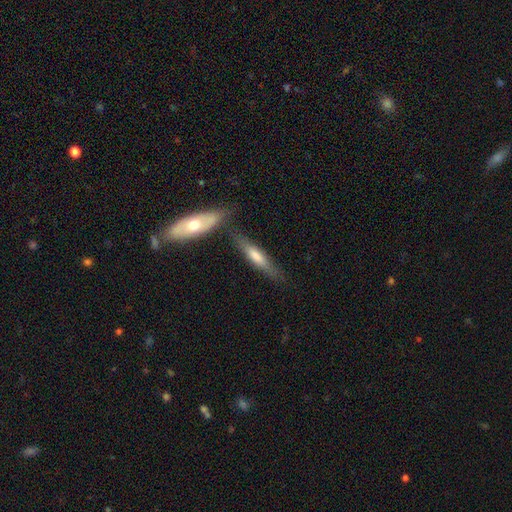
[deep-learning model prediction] Q: Smooth or featured?
A: smooth (50%); runner-up: featured or disk (44%)
Q: Merging?
A: none (66%); runner-up: minor disturbance (15%)